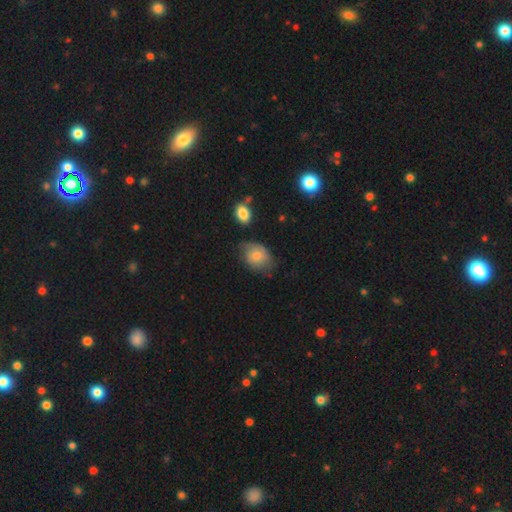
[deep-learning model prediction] Morphology: type=smooth (66%); roundness=in between (63%); merging=none (48%).